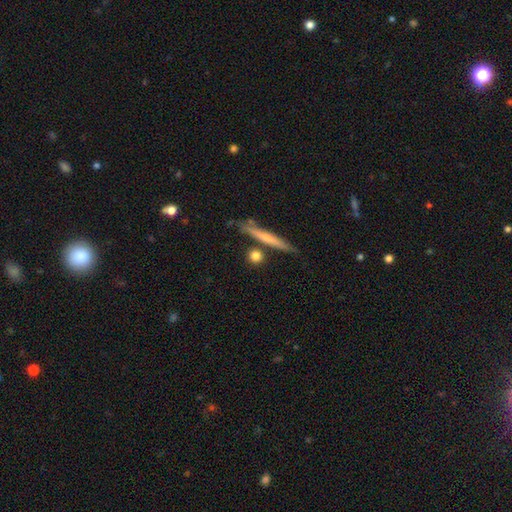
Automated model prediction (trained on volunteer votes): This is likely a smooth galaxy (74%). How rounded: possibly round (60%). Merging: likely none (76%).